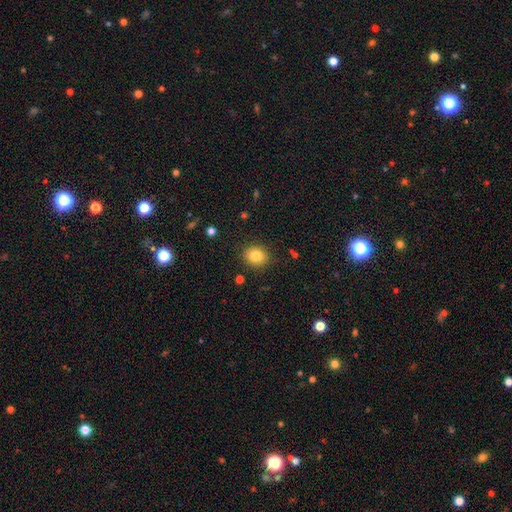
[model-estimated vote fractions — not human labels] Smooth or featured?
  - smooth: 82% *
  - star or artifact: 11%
  - featured or disk: 7%
How rounded?
  - round: 70% *
  - in between: 29%
  - cigar-shaped: 1%
Merging?
  - none: 88% *
  - minor disturbance: 8%
  - major disturbance: 2%
  - merger: 1%